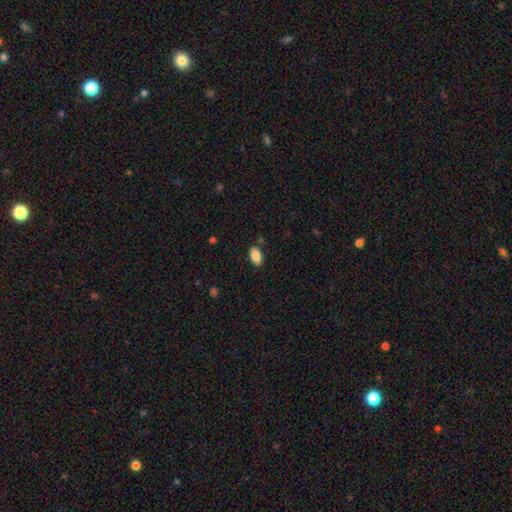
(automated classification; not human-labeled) smooth-or-featured: smooth: 86% | star or artifact: 7% | featured or disk: 7%
  how-rounded: in between: 93% | round: 4% | cigar-shaped: 2%
  merging: none: 83% | minor disturbance: 11% | merger: 3% | major disturbance: 3%